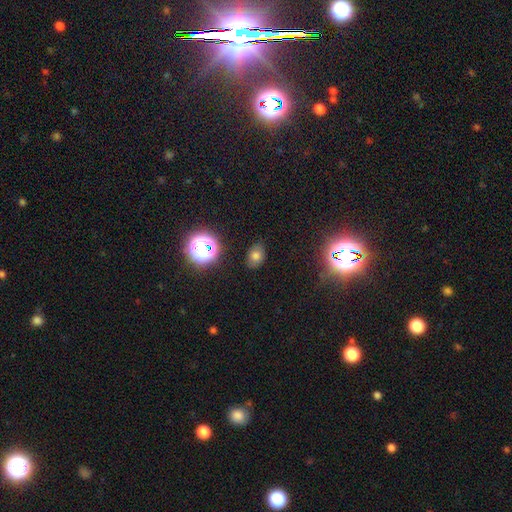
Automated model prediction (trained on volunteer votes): Overall: smooth (70%). How rounded: in between (71%). Merging: none (79%).